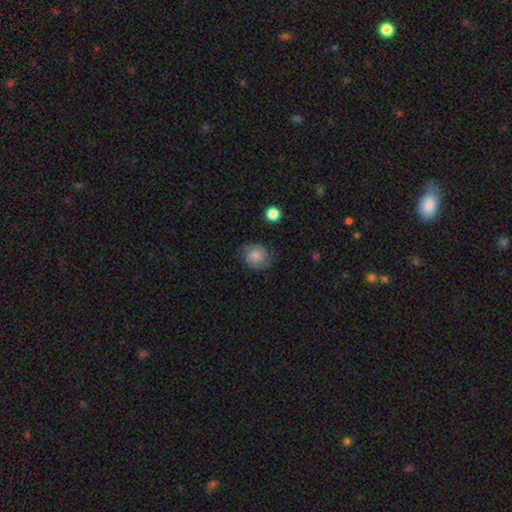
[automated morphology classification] smooth-or-featured: featured or disk: 62% | smooth: 30% | star or artifact: 8%
  disk-edge-on: no: 98% | yes: 2%
    bar: no: 74% | weak: 23% | strong: 3%
    has-spiral-arms: yes: 93% | no: 7%
      spiral-winding: medium: 44% | tight: 41% | loose: 16%
      spiral-arm-count: 2: 86% | can't tell: 7% | 3: 2% | 1: 2% | 4: 1% | more than 4: 1%
    bulge-size: small: 46% | moderate: 34% | none: 12% | large: 7% | dominant: 2%
  merging: none: 74% | minor disturbance: 18% | major disturbance: 7% | merger: 1%